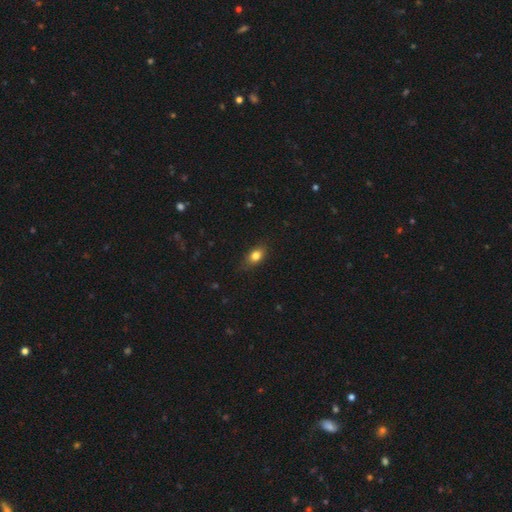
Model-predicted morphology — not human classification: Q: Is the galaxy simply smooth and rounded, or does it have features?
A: smooth — 81%.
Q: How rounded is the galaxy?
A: in between — 74%.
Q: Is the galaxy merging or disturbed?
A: none — 79%.